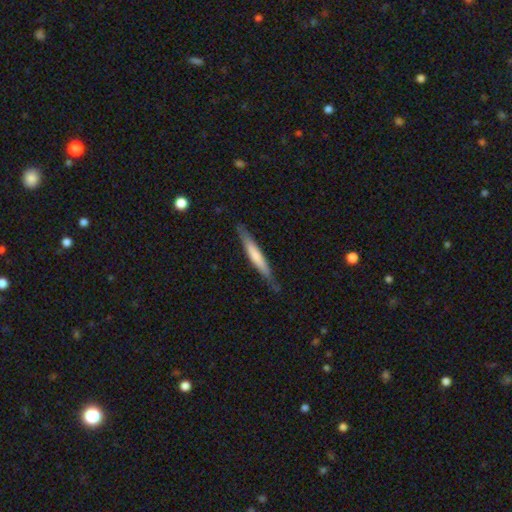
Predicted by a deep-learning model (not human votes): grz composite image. It shows a smooth galaxy with no disk features (63%) that is cigar-shaped (94%). Merging: none (80%).